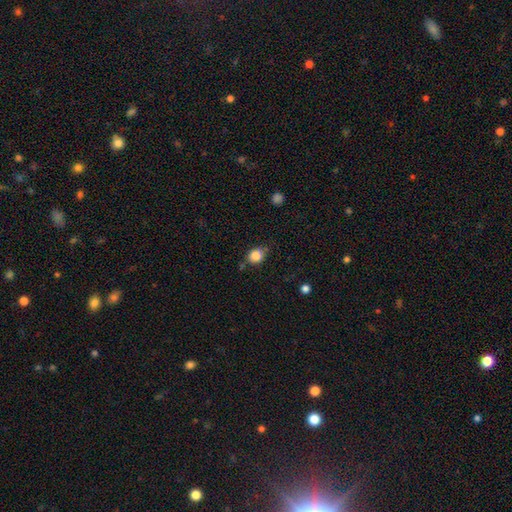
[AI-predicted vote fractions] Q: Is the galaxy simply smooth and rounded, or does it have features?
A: smooth — 84%.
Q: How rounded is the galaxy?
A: round — 74%.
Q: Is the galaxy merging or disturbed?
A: none — 66%.